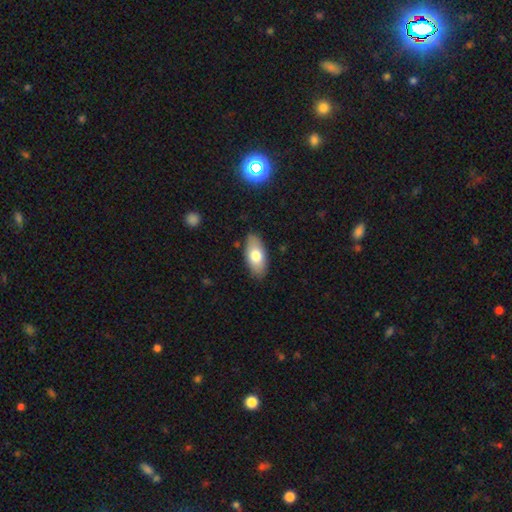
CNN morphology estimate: Q: Smooth or featured?
A: smooth (73%); runner-up: featured or disk (21%)
Q: How rounded?
A: in between (91%); runner-up: cigar-shaped (6%)
Q: Merging?
A: none (85%); runner-up: minor disturbance (12%)